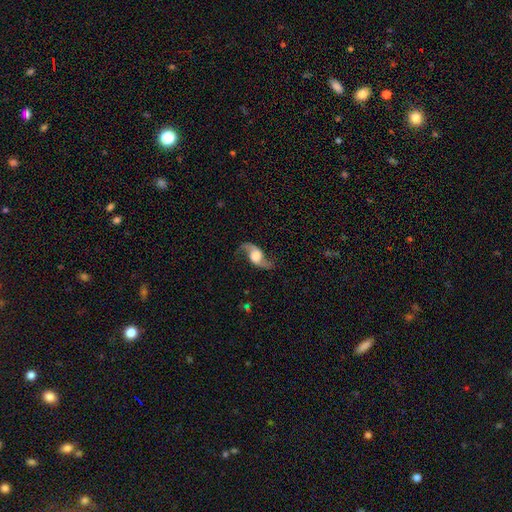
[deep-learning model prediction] The model was most divided on "bar": no: 56%, weak: 33%, strong: 11%. More confident: spiral arms — yes (96%); edge-on disk — no (94%); spiral arm count — 2 (94%); smooth or featured — featured or disk (85%); spiral winding — loose (80%); merging — none (78%); bulge size — large (50%).